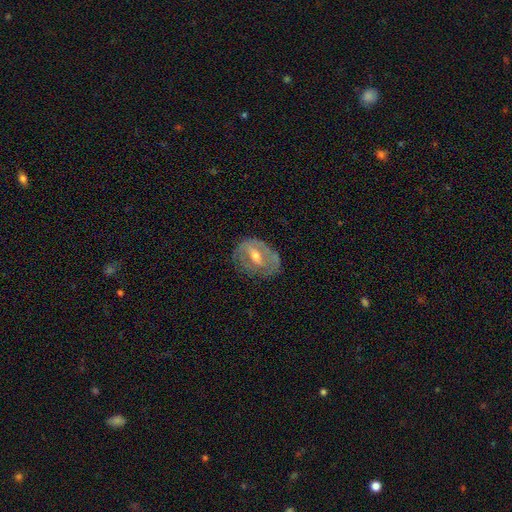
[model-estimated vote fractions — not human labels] Q: Smooth or featured?
A: featured or disk (71%); runner-up: smooth (22%)
Q: Edge-on disk?
A: no (93%); runner-up: yes (7%)
Q: Bar?
A: weak (42%); runner-up: strong (37%)
Q: Spiral arms?
A: yes (59%); runner-up: no (41%)
Q: Bulge size?
A: moderate (66%); runner-up: small (28%)
Q: Merging?
A: none (64%); runner-up: minor disturbance (23%)